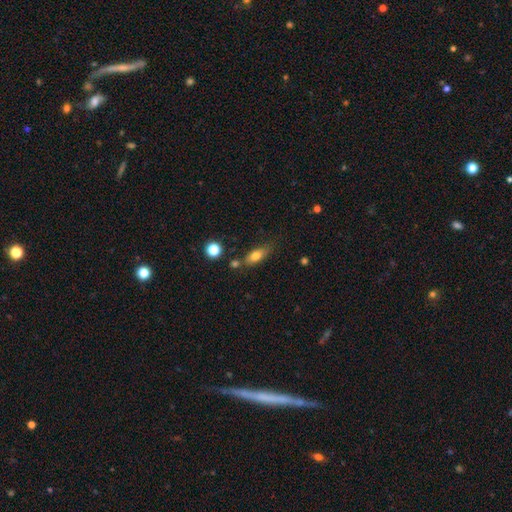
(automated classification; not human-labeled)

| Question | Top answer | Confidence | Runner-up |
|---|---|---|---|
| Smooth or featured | smooth | 74% | featured or disk (17%) |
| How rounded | in between | 73% | cigar-shaped (21%) |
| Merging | none | 67% | minor disturbance (18%) |